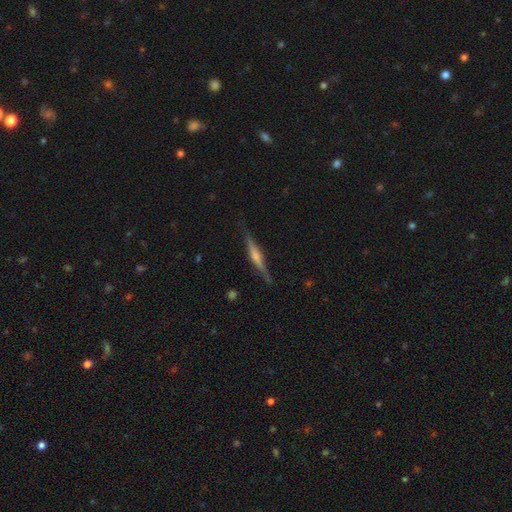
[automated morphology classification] smooth-or-featured: featured or disk: 69% | smooth: 25% | star or artifact: 6%
  disk-edge-on: yes: 97% | no: 3%
    edge-on-bulge: rounded: 65% | boxy: 22% | none: 13%
  merging: none: 85% | minor disturbance: 11% | major disturbance: 3% | merger: 1%